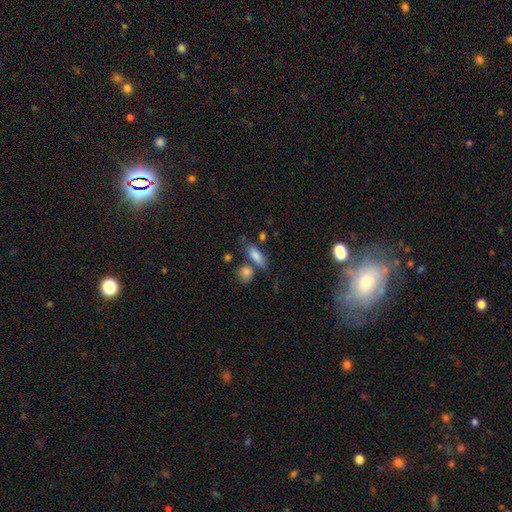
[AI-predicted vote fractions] Smooth or featured?
  - smooth: 81% *
  - featured or disk: 11%
  - star or artifact: 8%
How rounded?
  - in between: 71% *
  - cigar-shaped: 24%
  - round: 5%
Merging?
  - none: 61% *
  - merger: 18%
  - minor disturbance: 15%
  - major disturbance: 5%